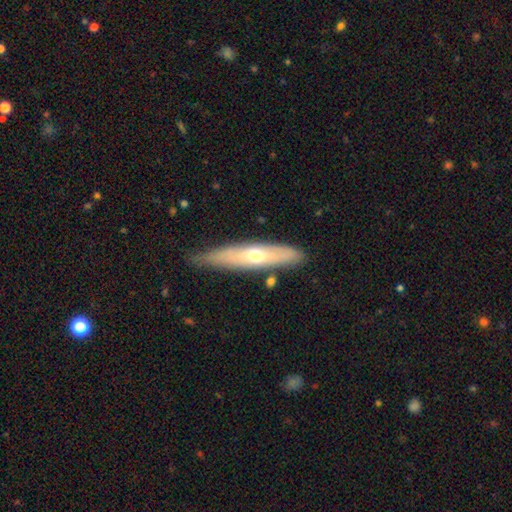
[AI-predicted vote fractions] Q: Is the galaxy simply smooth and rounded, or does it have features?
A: featured or disk — 50%.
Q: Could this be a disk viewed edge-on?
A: yes — 72%.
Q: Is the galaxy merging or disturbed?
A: none — 73%.